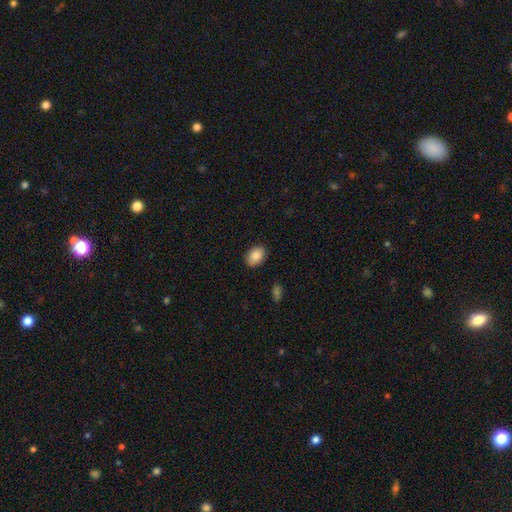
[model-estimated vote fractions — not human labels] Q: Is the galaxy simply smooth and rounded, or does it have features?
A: smooth — 88%.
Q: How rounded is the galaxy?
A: in between — 79%.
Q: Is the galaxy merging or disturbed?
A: none — 87%.